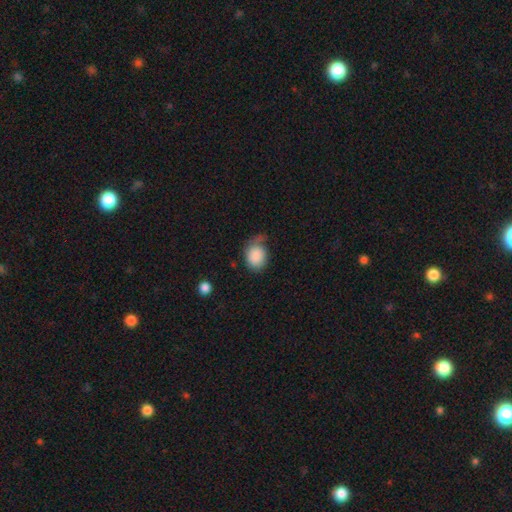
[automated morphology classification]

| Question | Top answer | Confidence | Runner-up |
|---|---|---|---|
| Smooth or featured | smooth | 85% | featured or disk (8%) |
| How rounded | in between | 50% | round (49%) |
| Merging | none | 38% | minor disturbance (36%) |